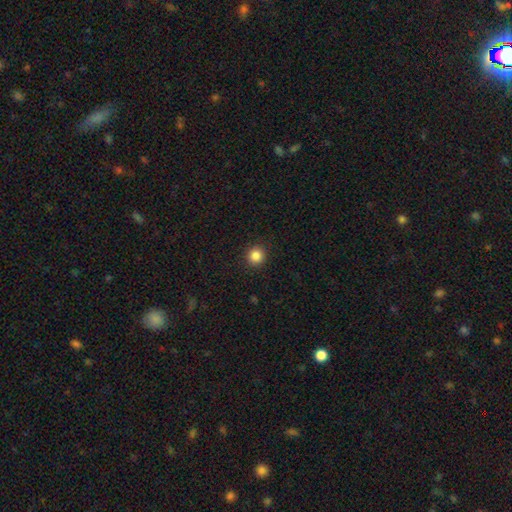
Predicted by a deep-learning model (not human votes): smooth 85%, star or artifact 11%, featured or disk 4%. Down the decision tree: how rounded — round (94%); merging — none (92%).